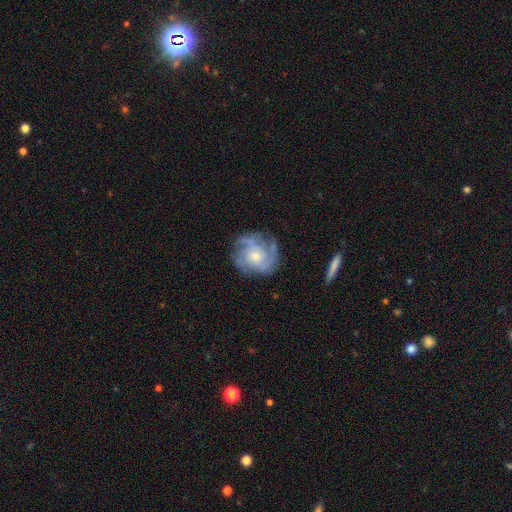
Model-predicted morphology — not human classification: type=featured or disk (79%); edge-on=no (98%); bar=no (76%); spiral arms=yes (94%); winding=tight (52%); arm count=3 (29%); bulge=moderate (47%); merging=none (71%).